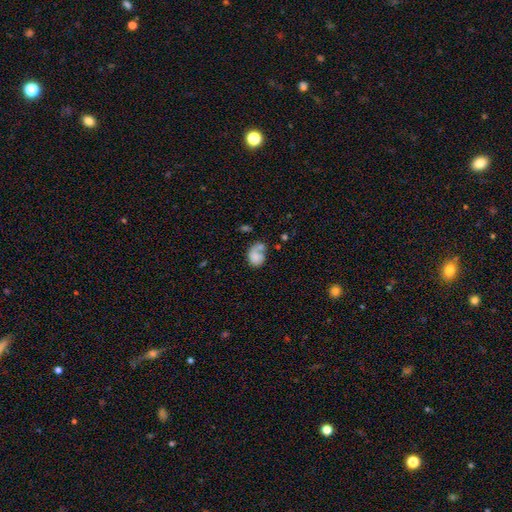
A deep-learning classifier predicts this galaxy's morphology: smooth 66%, featured or disk 24%, star or artifact 9%. Down the decision tree: how rounded — in between (59%); merging — none (31%).